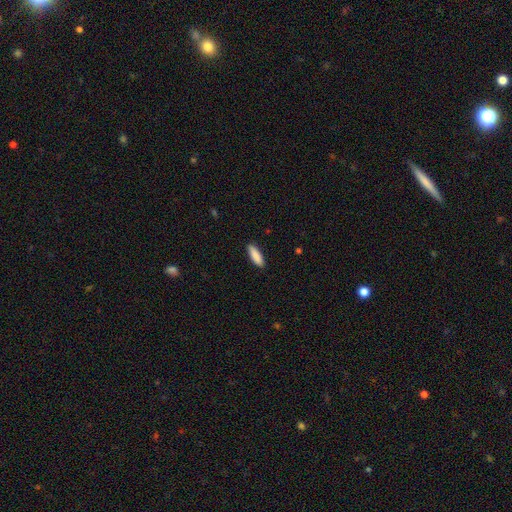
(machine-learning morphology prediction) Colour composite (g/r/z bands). It shows a smooth galaxy with no disk features (89%) that is cigar-shaped (53%). Merging: none (89%).